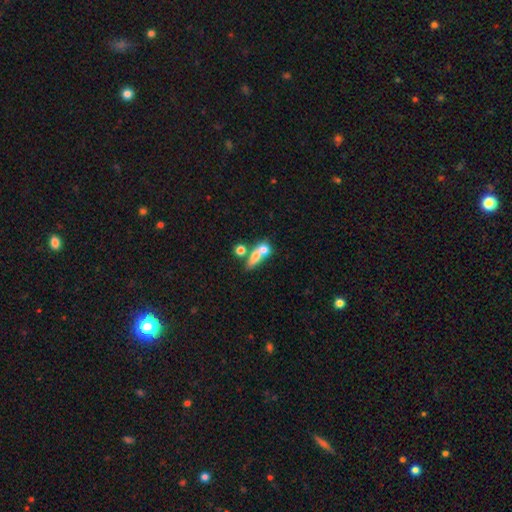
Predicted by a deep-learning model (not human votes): Smooth or featured: smooth — 63% (featured or disk — 26%)
How rounded: in between — 44% (round — 35%)
Merging: merger — 58% (none — 28%)